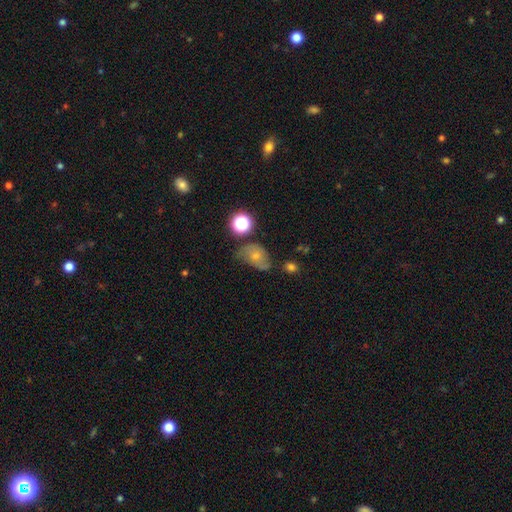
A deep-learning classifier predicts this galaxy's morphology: Smooth or featured?
  - smooth: 55% *
  - featured or disk: 29%
  - star or artifact: 15%
How rounded?
  - in between: 69% *
  - round: 29%
  - cigar-shaped: 1%
Merging?
  - none: 37% *
  - minor disturbance: 36%
  - major disturbance: 20%
  - merger: 7%